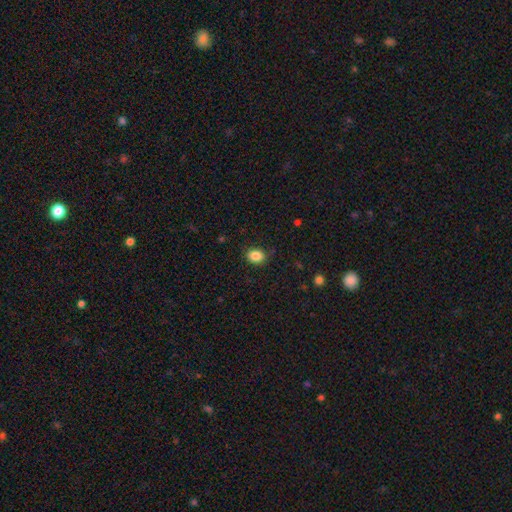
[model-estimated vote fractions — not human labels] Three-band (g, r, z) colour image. It shows a smooth galaxy with no disk features (86%) that is in between round and cigar-shaped (62%). Merging: none (83%).